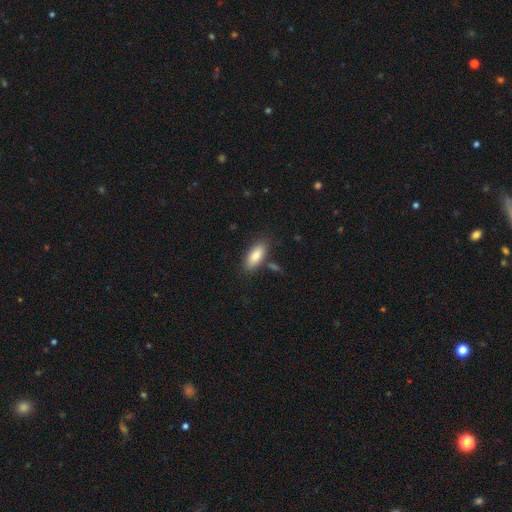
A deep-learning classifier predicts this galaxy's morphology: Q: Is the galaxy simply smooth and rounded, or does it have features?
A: smooth — 85%.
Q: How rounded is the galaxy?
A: in between — 87%.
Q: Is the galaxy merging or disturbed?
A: none — 79%.